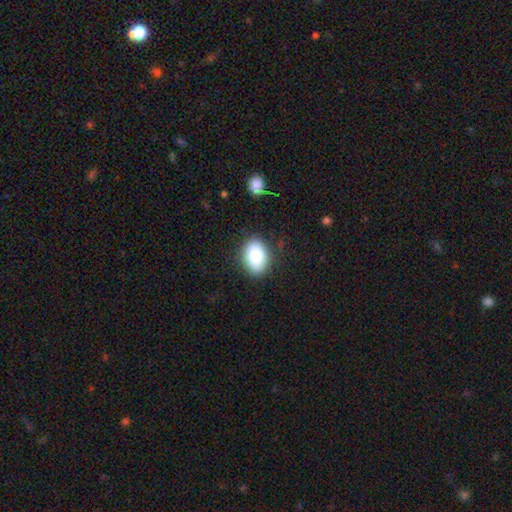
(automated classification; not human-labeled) A smooth galaxy with no disk features (87%) that is in between round and cigar-shaped (82%).

Vote fractions:
- Smooth or featured? smooth: 87% / star or artifact: 7% / featured or disk: 5%
- How rounded? in between: 82% / round: 17% / cigar-shaped: 1%
- Merging? none: 84% / minor disturbance: 11% / major disturbance: 3% / merger: 1%